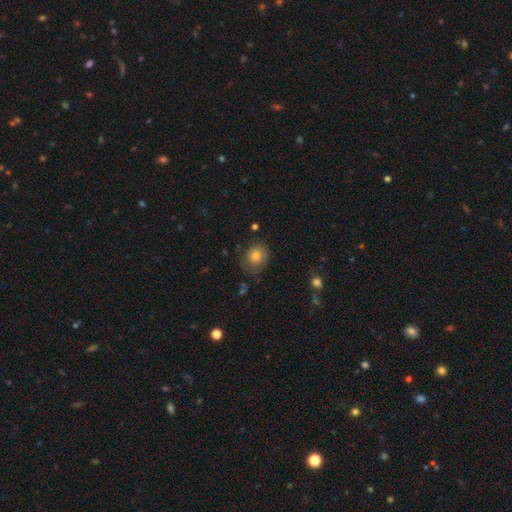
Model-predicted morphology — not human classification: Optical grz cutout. It shows a smooth galaxy with no disk features (73%) that is round (74%). Merging: none (68%).